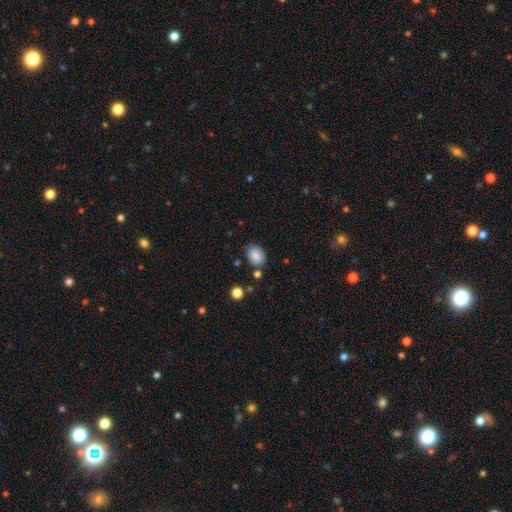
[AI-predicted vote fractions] Q: Smooth or featured?
A: smooth (86%); runner-up: star or artifact (9%)
Q: How rounded?
A: in between (62%); runner-up: round (37%)
Q: Merging?
A: none (77%); runner-up: minor disturbance (15%)